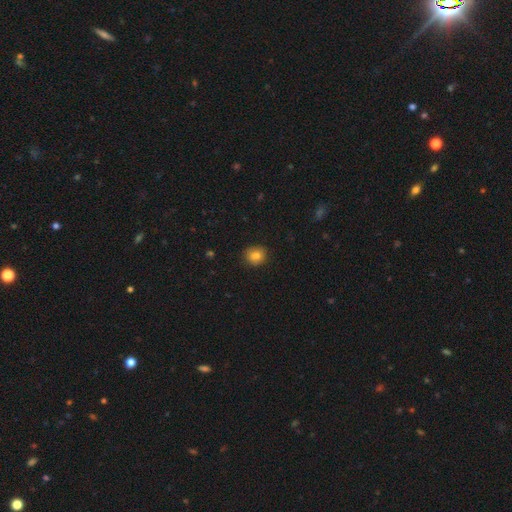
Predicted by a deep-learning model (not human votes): Morphology: type=smooth (83%); roundness=round (79%); merging=none (87%).